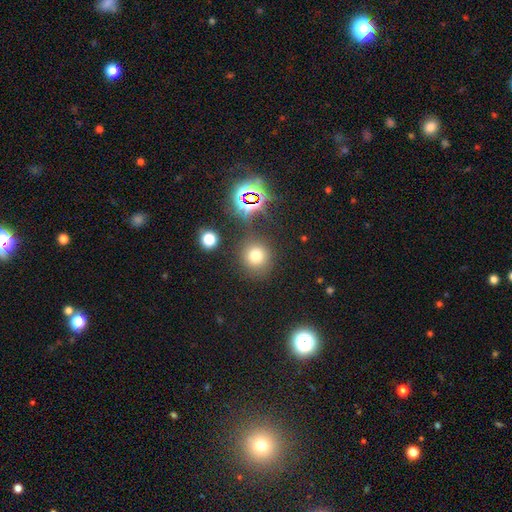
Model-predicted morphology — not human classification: The model was most divided on "smooth or featured": smooth: 70%, star or artifact: 22%, featured or disk: 8%. More confident: how rounded — round (89%); merging — none (82%).